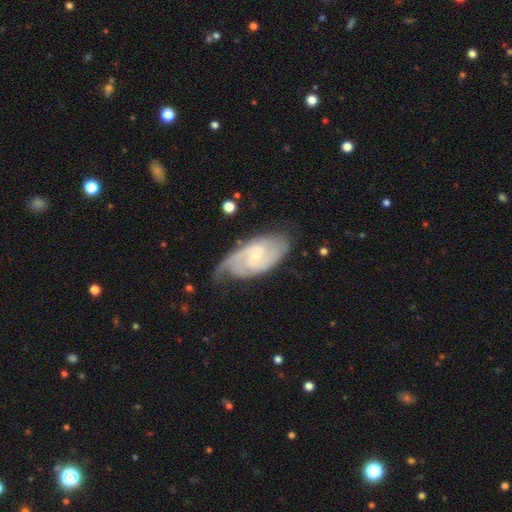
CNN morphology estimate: smooth-or-featured: featured or disk: 83% | smooth: 11% | star or artifact: 6%
  disk-edge-on: no: 95% | yes: 5%
    bar: no: 47% | weak: 44% | strong: 9%
    has-spiral-arms: yes: 96% | no: 4%
      spiral-winding: medium: 44% | tight: 43% | loose: 12%
      spiral-arm-count: 2: 70% | can't tell: 14% | 3: 9% | 1: 3% | 4: 2% | more than 4: 2%
    bulge-size: small: 75% | moderate: 19% | none: 5% | large: 1% | dominant: 1%
  merging: none: 65% | minor disturbance: 25% | major disturbance: 8% | merger: 2%